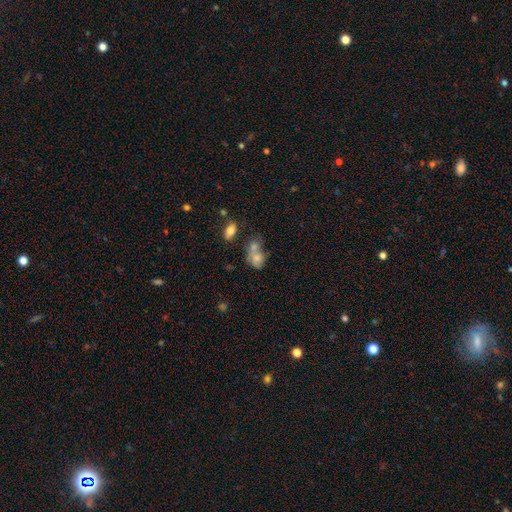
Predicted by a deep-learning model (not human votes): This is likely a smooth galaxy (66%). How rounded: likely in between (66%). Merging: possibly merger (51%).